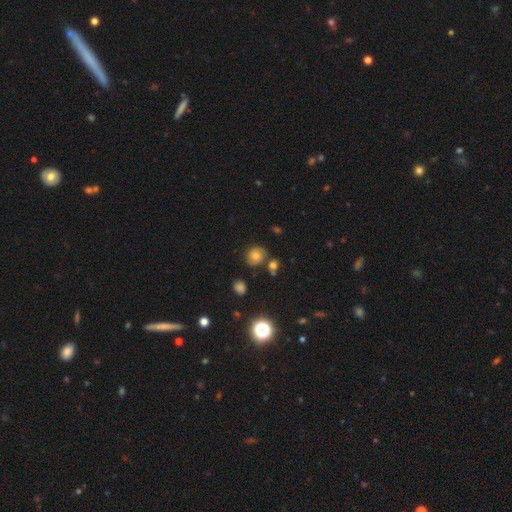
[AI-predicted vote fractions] Smooth or featured? smooth (63%)
How rounded? round (78%)
Merging? none (72%)